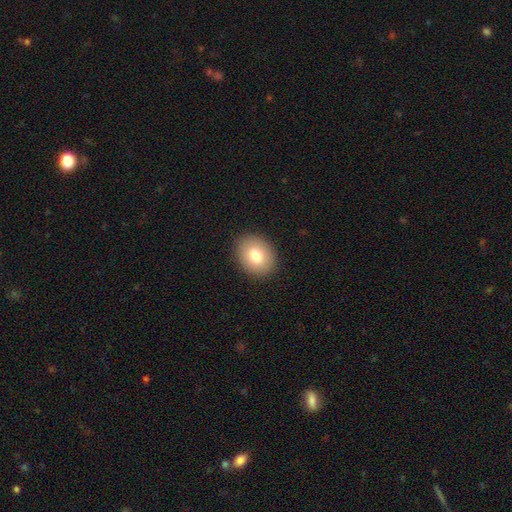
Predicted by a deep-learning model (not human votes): This appears to be a smooth galaxy with no disk features (79%) that is in between round and cigar-shaped (55%). Merging: none (90%).